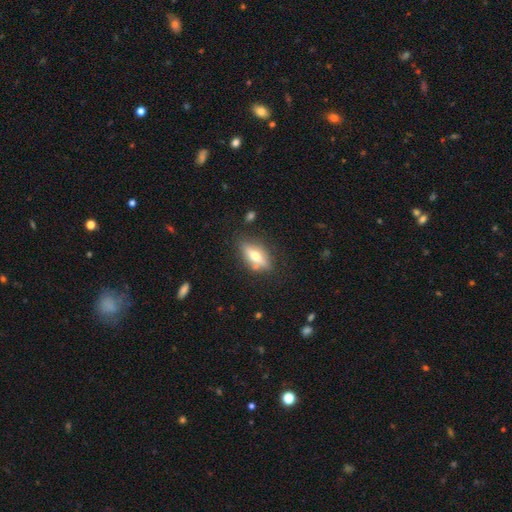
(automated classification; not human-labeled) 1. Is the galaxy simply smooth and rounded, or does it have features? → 46% featured or disk (tied), 46% smooth (tied), 8% star or artifact.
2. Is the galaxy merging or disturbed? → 76% none, 15% minor disturbance, 5% major disturbance, 4% merger.